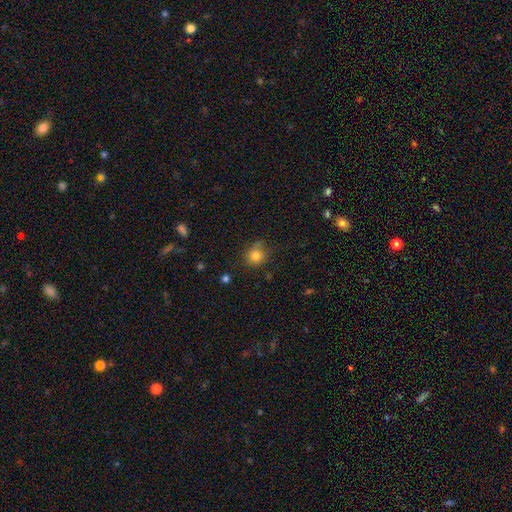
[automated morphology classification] smooth_or_featured: smooth (p=0.80) [alt: star or artifact p=0.12]
how_rounded: round (p=0.75) [alt: in between p=0.25]
merging: none (p=0.64) [alt: minor disturbance p=0.25]